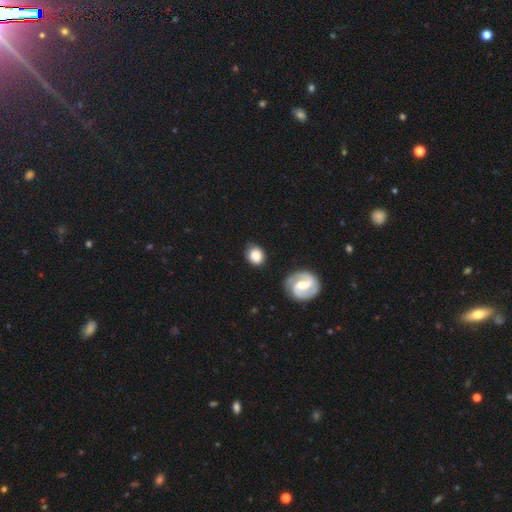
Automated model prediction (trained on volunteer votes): A smooth galaxy with no disk features (74%) that is round (59%).

Vote fractions:
- Smooth or featured? smooth: 74% / featured or disk: 19% / star or artifact: 7%
- How rounded? round: 59% / in between: 40% / cigar-shaped: 1%
- Merging? none: 77% / minor disturbance: 15% / major disturbance: 4% / merger: 3%